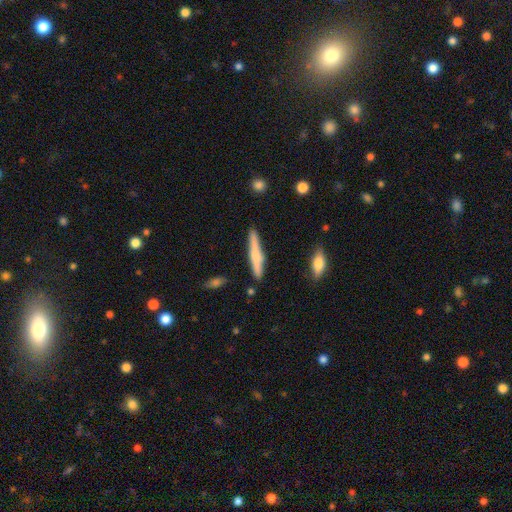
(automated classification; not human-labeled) Smooth or featured? smooth (56%)
How rounded? cigar-shaped (92%)
Merging? none (86%)